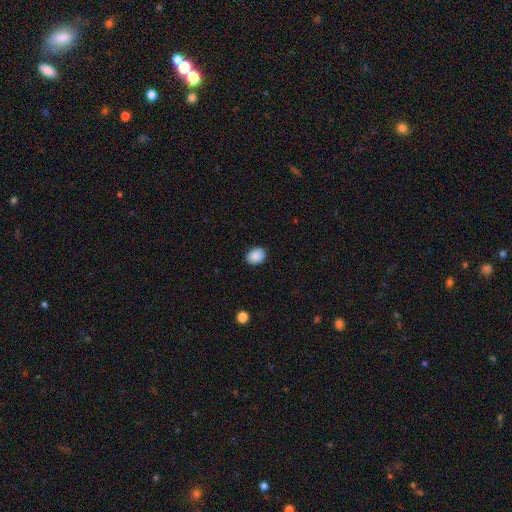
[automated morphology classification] Overall: smooth (89%). How rounded: in between (57%; round 43%). Merging: none (86%).